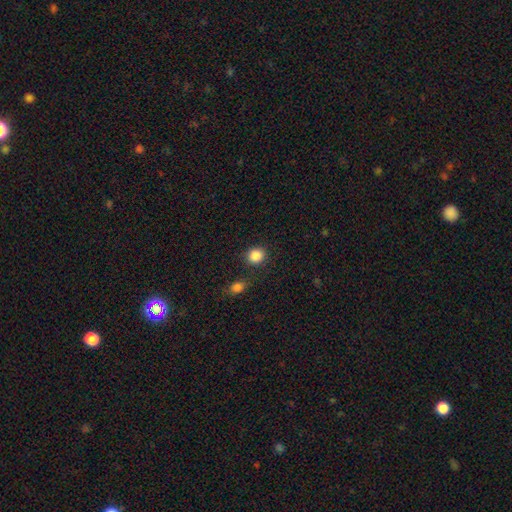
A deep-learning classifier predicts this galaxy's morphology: A smooth galaxy with no disk features (86%) that is round (79%).

Vote fractions:
- Smooth or featured? smooth: 86% / star or artifact: 10% / featured or disk: 4%
- How rounded? round: 79% / in between: 20% / cigar-shaped: 1%
- Merging? none: 82% / minor disturbance: 9% / merger: 5% / major disturbance: 3%